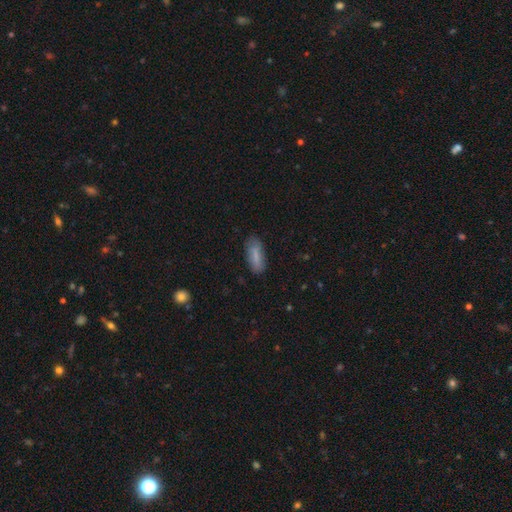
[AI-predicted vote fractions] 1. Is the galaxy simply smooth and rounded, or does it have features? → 82% smooth, 11% featured or disk, 7% star or artifact.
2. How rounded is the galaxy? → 72% in between, 26% cigar-shaped, 2% round.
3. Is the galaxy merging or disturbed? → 77% none, 17% minor disturbance, 4% major disturbance, 1% merger.